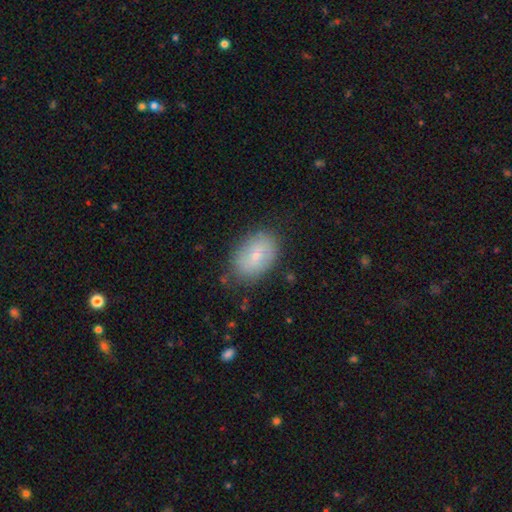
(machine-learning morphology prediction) Smooth or featured? smooth (68%)
How rounded? in between (85%)
Merging? none (78%)